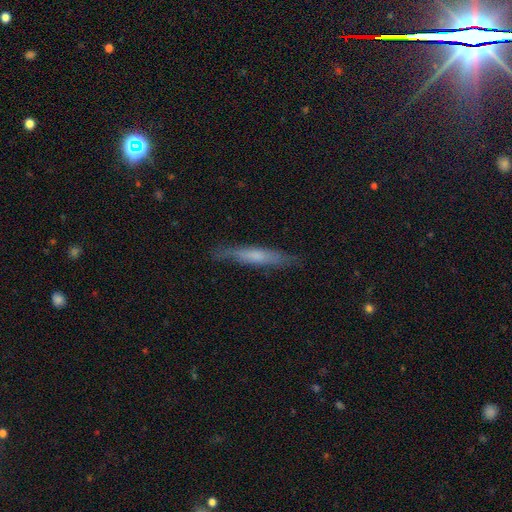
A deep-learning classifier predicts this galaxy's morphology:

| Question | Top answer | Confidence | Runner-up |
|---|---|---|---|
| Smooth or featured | smooth | 53% | featured or disk (41%) |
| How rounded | cigar-shaped | 93% | in between (6%) |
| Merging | none | 83% | minor disturbance (13%) |